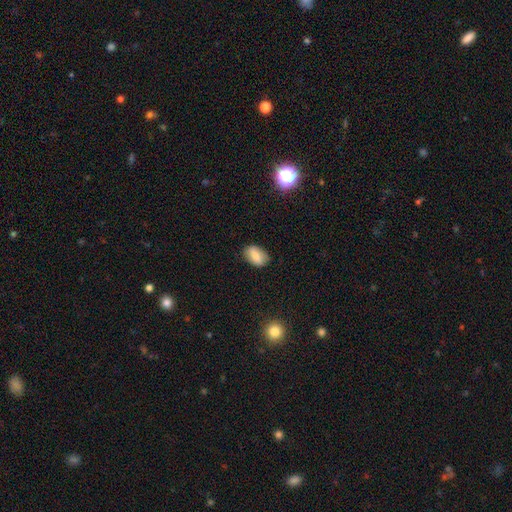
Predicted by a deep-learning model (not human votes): Q: Smooth or featured?
A: smooth (75%); runner-up: featured or disk (16%)
Q: How rounded?
A: in between (88%); runner-up: round (9%)
Q: Merging?
A: none (81%); runner-up: minor disturbance (14%)